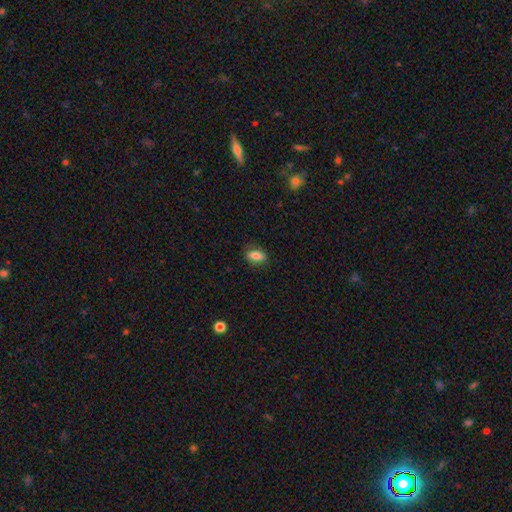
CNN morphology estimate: Smooth or featured? Predicted: smooth (p=0.81). How rounded? Predicted: in between (p=0.83). Merging? Predicted: none (p=0.80).